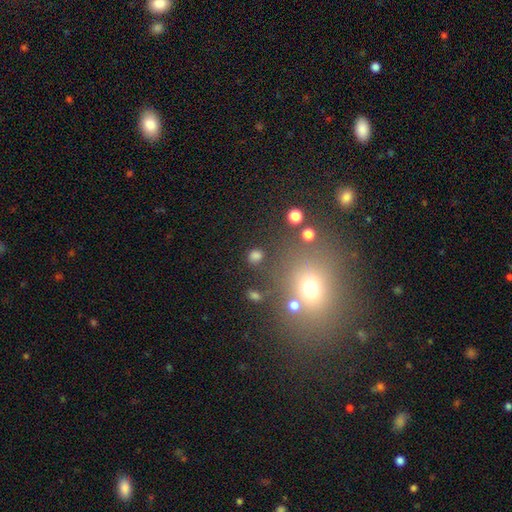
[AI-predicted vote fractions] A smooth galaxy with no disk features (75%) that is round (75%).

Vote fractions:
- Smooth or featured? smooth: 75% / star or artifact: 19% / featured or disk: 6%
- How rounded? round: 75% / in between: 24% / cigar-shaped: 2%
- Merging? none: 79% / minor disturbance: 10% / merger: 6% / major disturbance: 5%